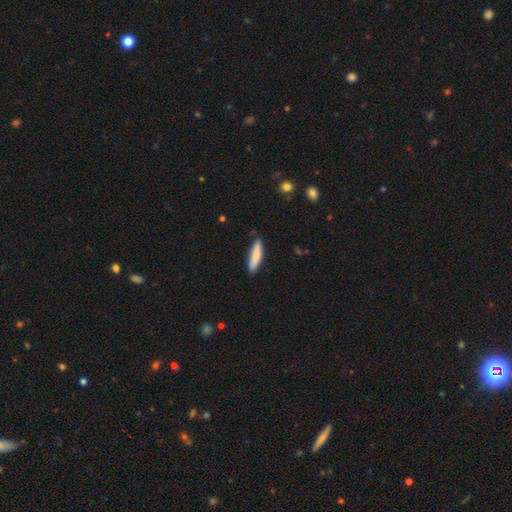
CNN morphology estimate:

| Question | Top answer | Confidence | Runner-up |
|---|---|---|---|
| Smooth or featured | smooth | 82% | featured or disk (13%) |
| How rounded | cigar-shaped | 79% | in between (20%) |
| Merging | none | 86% | minor disturbance (11%) |